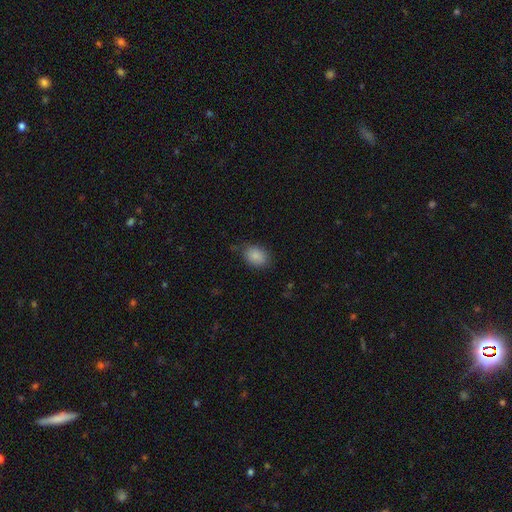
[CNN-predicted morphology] Smooth or featured? Predicted: smooth (p=0.87). How rounded? Predicted: in between (p=0.70). Merging? Predicted: none (p=0.74).